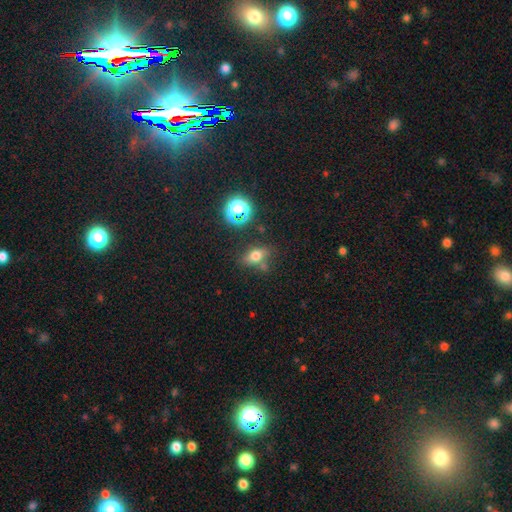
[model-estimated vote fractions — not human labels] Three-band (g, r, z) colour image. It shows a smooth galaxy with no disk features (66%) that is in between round and cigar-shaped (70%). Merging: none (65%).